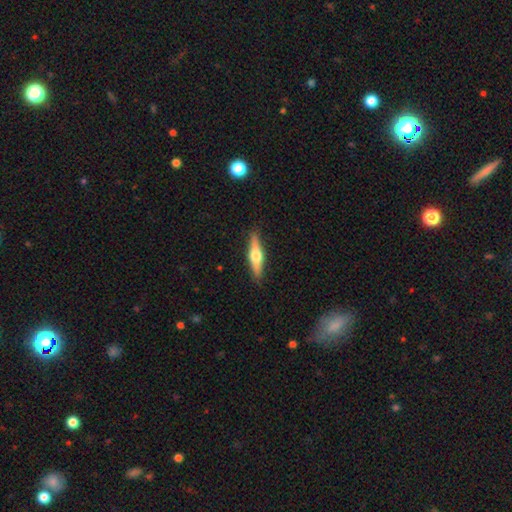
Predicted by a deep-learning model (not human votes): A featured or disk galaxy (58%) viewed edge-on (96%) with a rounded central bulge (94%). Merging: none (90%).